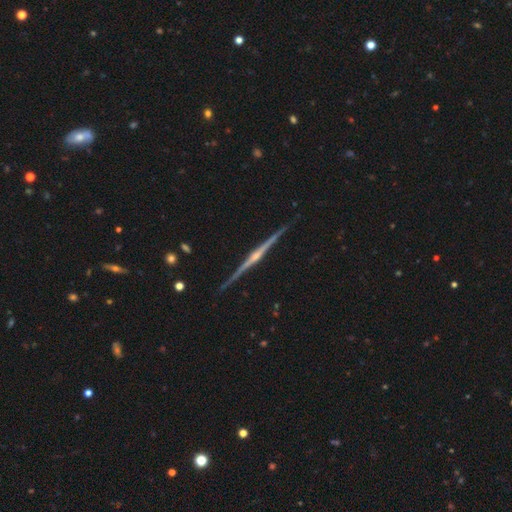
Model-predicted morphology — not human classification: featured or disk 89%, smooth 7%, star or artifact 5%. Down the decision tree: edge-on disk — yes (99%); edge-on bulge — rounded (81%); merging — none (92%).